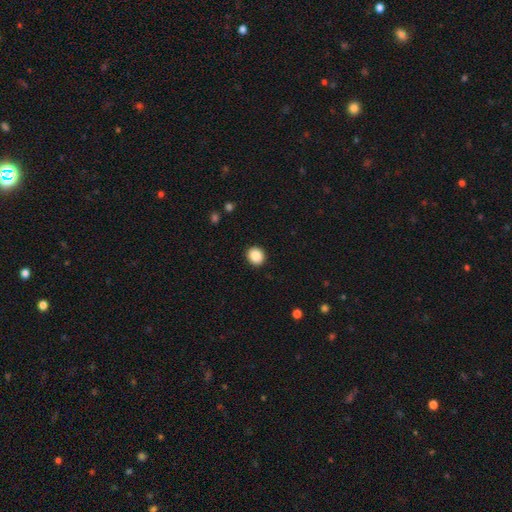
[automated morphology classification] Overall: smooth (88%). How rounded: round (85%). Merging: none (92%).